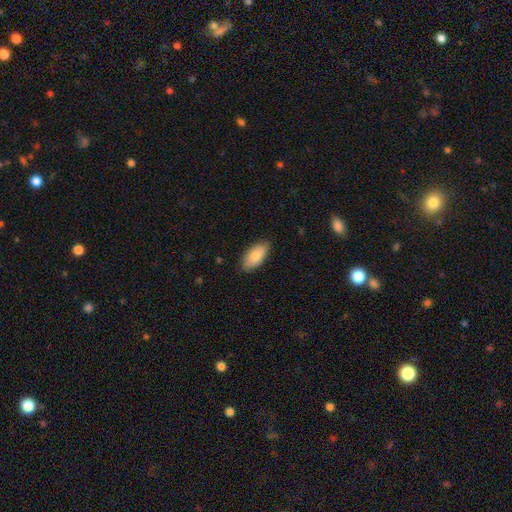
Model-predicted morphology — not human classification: type=smooth (84%); roundness=in between (92%); merging=none (83%).